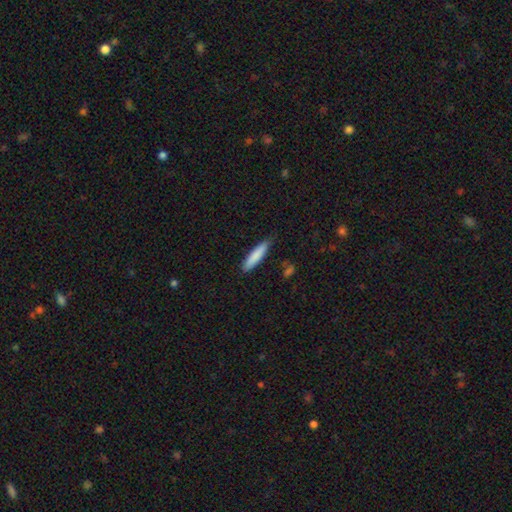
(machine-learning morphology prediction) The model was most divided on "merging": none: 79%, minor disturbance: 16%, major disturbance: 3%, merger: 2%. More confident: smooth or featured — smooth (83%); how rounded — cigar-shaped (82%).